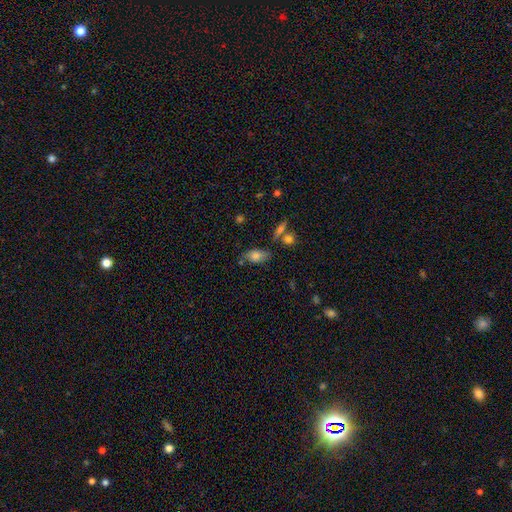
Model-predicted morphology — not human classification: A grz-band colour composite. It shows a smooth galaxy with no disk features (77%) that is in between round and cigar-shaped (88%). Merging: none (64%).